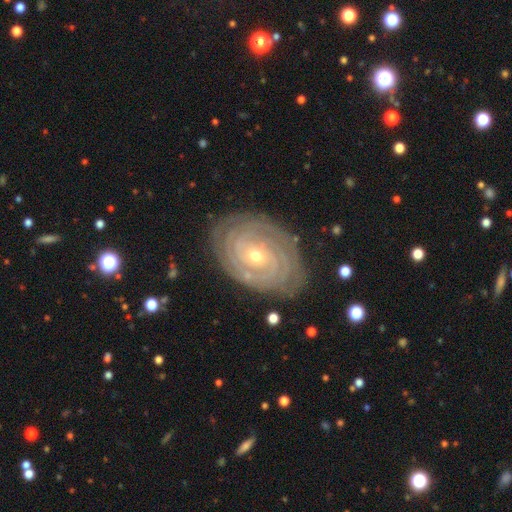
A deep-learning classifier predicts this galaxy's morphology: Smooth or featured? featured or disk (89%)
Edge-on disk? no (96%)
Bar? no (62%)
Spiral arms? yes (97%)
Spiral winding? tight (87%)
Spiral arm count? can't tell (26%, tied with 2)
Bulge size? small (60%)
Merging? none (82%)